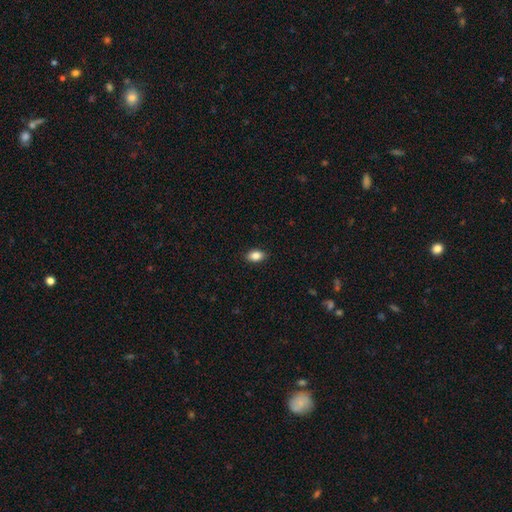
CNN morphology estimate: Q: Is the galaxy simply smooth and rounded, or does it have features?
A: smooth — 86%.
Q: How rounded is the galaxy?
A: in between — 88%.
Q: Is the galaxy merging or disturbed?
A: none — 89%.